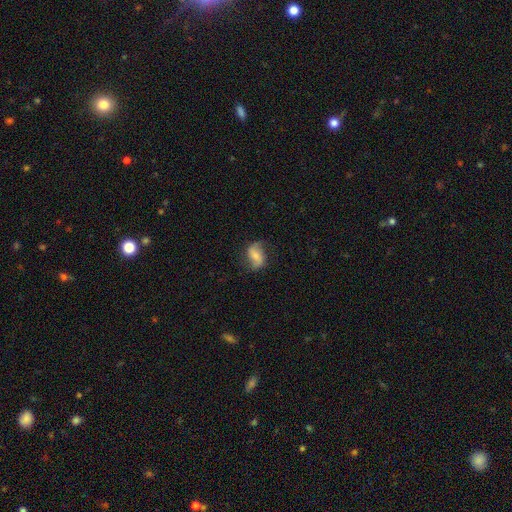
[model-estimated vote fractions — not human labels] Smooth or featured: featured or disk — 58% (smooth — 34%)
Edge-on disk: no — 96% (yes — 4%)
Bar: weak — 38% (no — 36%)
Spiral arms: yes — 88% (no — 12%)
Bulge size: small — 43% (tied with moderate — 43%)
Merging: none — 72% (minor disturbance — 19%)